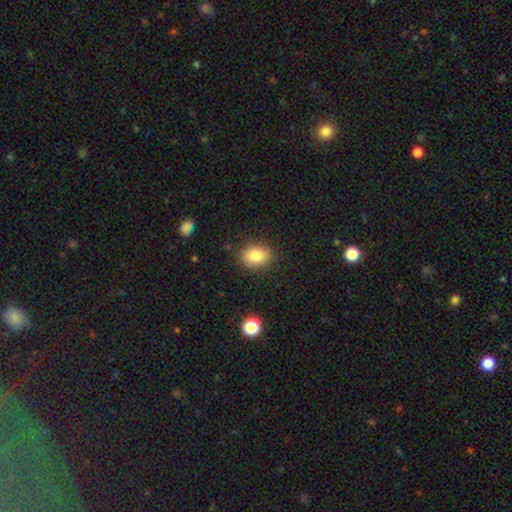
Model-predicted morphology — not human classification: Q: Smooth or featured?
A: smooth (85%); runner-up: star or artifact (9%)
Q: How rounded?
A: in between (69%); runner-up: round (30%)
Q: Merging?
A: none (85%); runner-up: minor disturbance (10%)